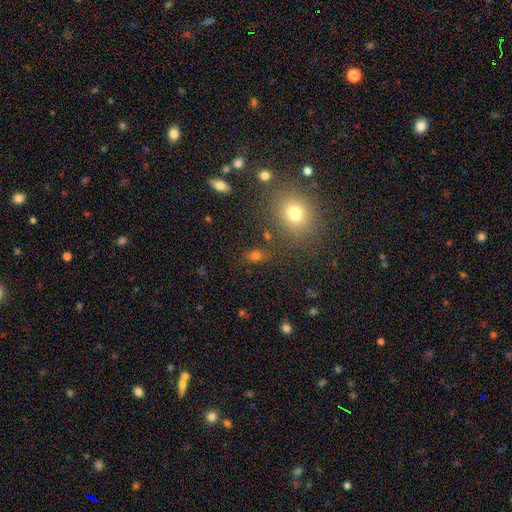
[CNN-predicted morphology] A smooth galaxy with no disk features (71%) that is in between round and cigar-shaped (63%). Merging: none (77%).